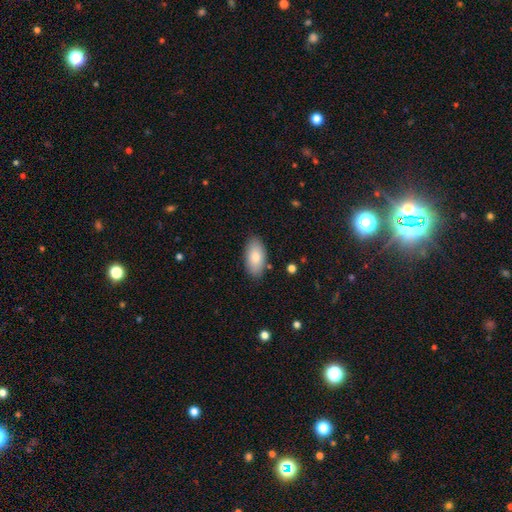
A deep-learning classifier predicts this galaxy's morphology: Smooth or featured?
  - smooth: 81% *
  - featured or disk: 13%
  - star or artifact: 6%
How rounded?
  - in between: 94% *
  - cigar-shaped: 3%
  - round: 3%
Merging?
  - none: 85% *
  - minor disturbance: 11%
  - major disturbance: 2%
  - merger: 2%